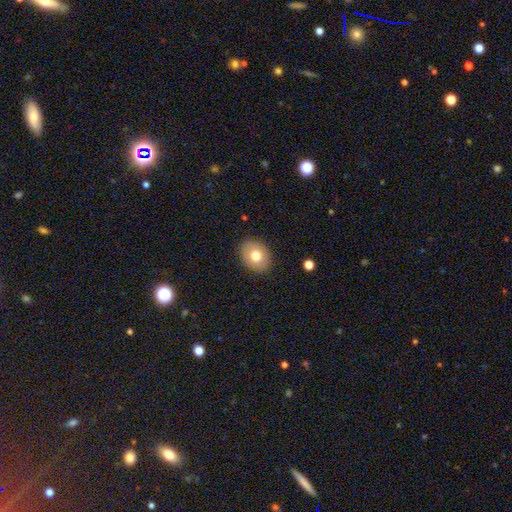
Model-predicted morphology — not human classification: Q: Smooth or featured?
A: smooth (74%); runner-up: featured or disk (17%)
Q: How rounded?
A: in between (54%); runner-up: round (45%)
Q: Merging?
A: none (87%); runner-up: minor disturbance (9%)